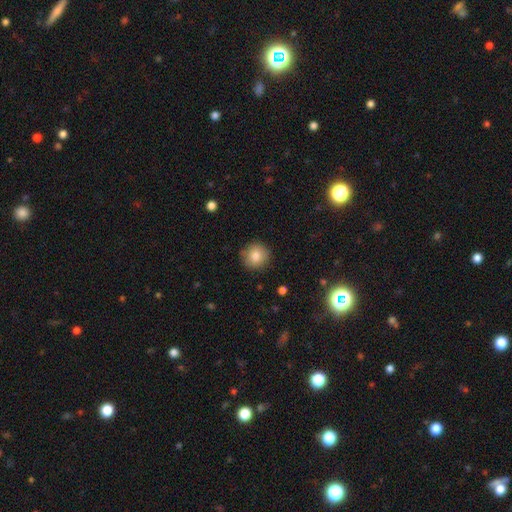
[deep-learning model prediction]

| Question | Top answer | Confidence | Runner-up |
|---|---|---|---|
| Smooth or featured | smooth | 83% | star or artifact (9%) |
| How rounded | round | 92% | in between (7%) |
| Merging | none | 89% | minor disturbance (8%) |